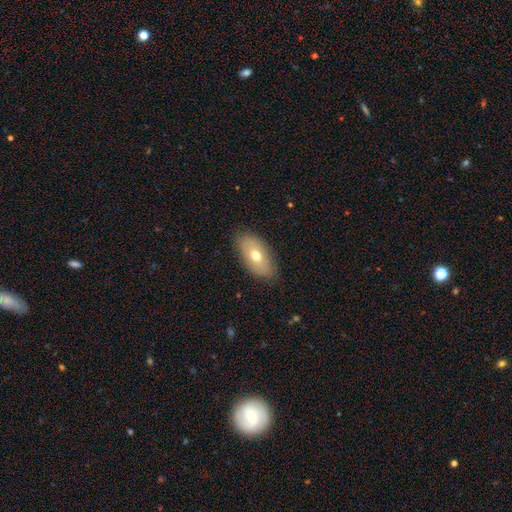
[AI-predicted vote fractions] A smooth galaxy with no disk features (66%) that is in between round and cigar-shaped (90%).

Vote fractions:
- Smooth or featured? smooth: 66% / featured or disk: 27% / star or artifact: 8%
- How rounded? in between: 90% / round: 5% / cigar-shaped: 4%
- Merging? none: 84% / minor disturbance: 12% / major disturbance: 3% / merger: 1%